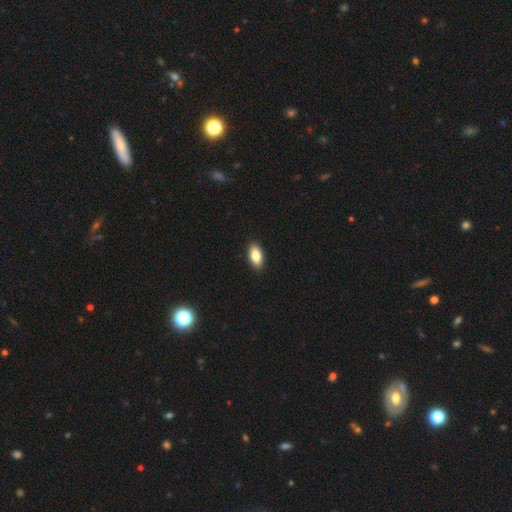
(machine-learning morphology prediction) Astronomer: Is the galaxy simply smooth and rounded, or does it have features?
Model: smooth — 83%.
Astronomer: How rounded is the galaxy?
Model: in between — 90%.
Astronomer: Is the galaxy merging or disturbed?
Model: none — 90%.